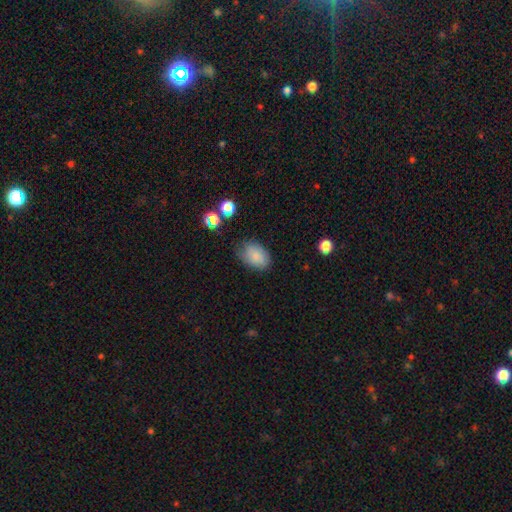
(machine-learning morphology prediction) Smooth or featured? smooth (82%)
How rounded? in between (82%)
Merging? none (70%)